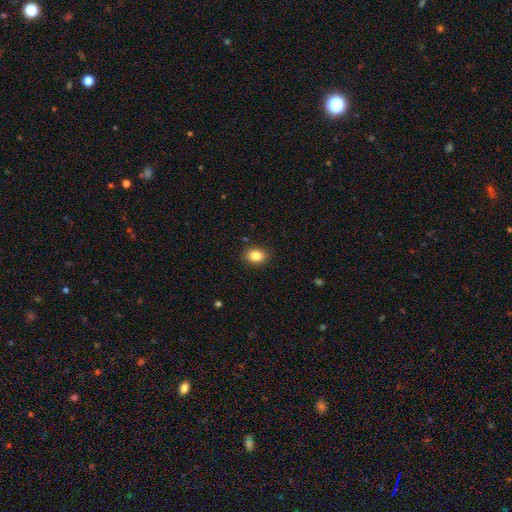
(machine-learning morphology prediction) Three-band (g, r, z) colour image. It shows a smooth galaxy with no disk features (86%) that is in between round and cigar-shaped (60%). Merging: none (88%).